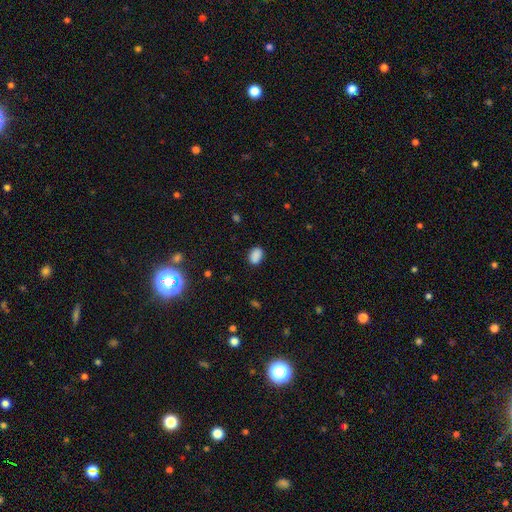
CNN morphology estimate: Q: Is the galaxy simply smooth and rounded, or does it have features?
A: smooth — 87%.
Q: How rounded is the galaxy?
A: in between — 81%.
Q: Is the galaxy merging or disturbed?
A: none — 84%.